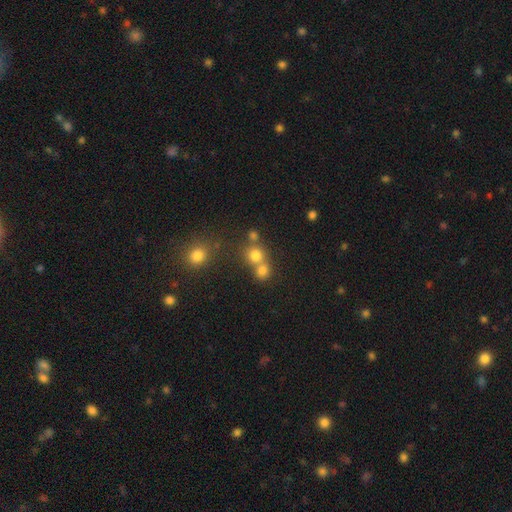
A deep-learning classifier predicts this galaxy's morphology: Q: Smooth or featured?
A: smooth (75%); runner-up: star or artifact (16%)
Q: How rounded?
A: round (87%); runner-up: in between (12%)
Q: Merging?
A: none (50%); runner-up: merger (40%)